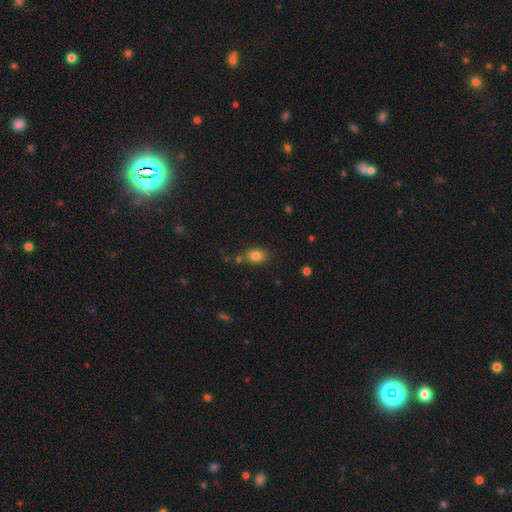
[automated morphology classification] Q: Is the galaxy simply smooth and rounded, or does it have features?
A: smooth — 82%.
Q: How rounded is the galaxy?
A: in between — 68%.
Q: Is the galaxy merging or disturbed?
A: none — 74%.